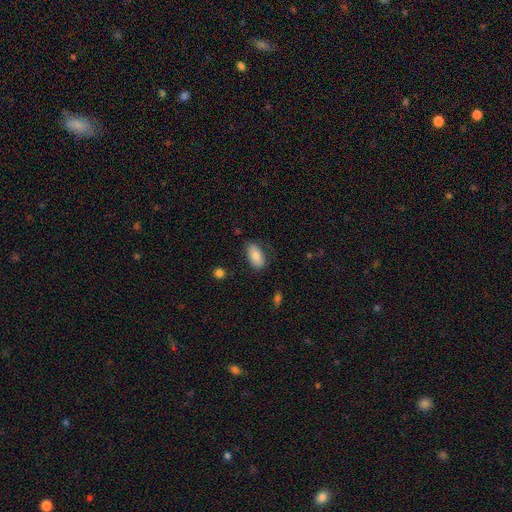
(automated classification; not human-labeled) Smooth or featured? Predicted: smooth (p=0.79). How rounded? Predicted: in between (p=0.92). Merging? Predicted: none (p=0.79).